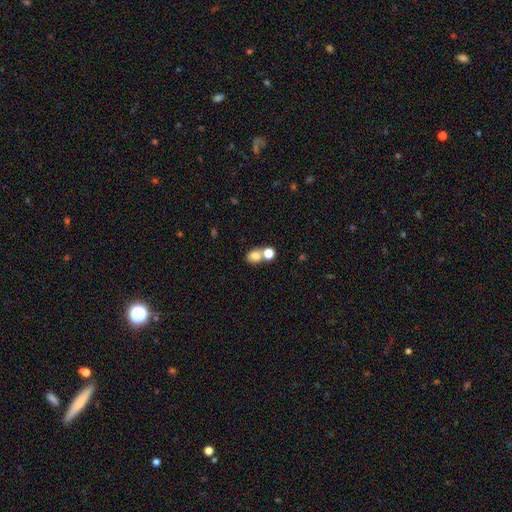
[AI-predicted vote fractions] Overall: smooth (76%). How rounded: in between (50%; round 49%). Merging: merger (47%; none 40%).